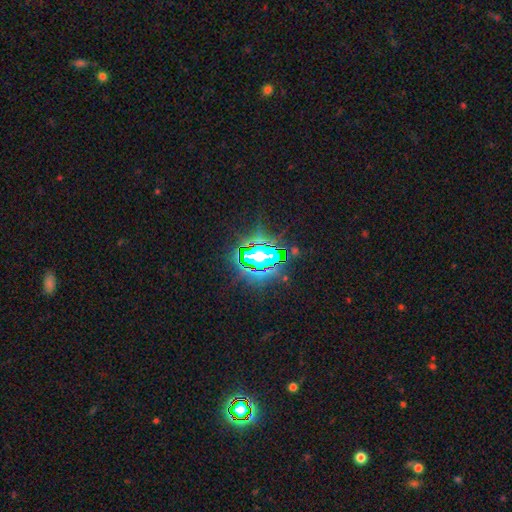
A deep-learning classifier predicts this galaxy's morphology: A star or artifact, not a galaxy (76%).

Vote fractions:
- Smooth or featured? star or artifact: 76% / featured or disk: 12% / smooth: 12%